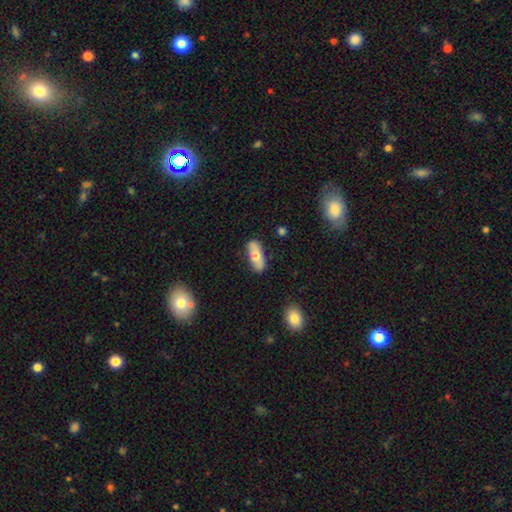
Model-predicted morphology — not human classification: Overall: smooth (67%; featured or disk 27%). How rounded: in between (72%). Merging: none (79%).